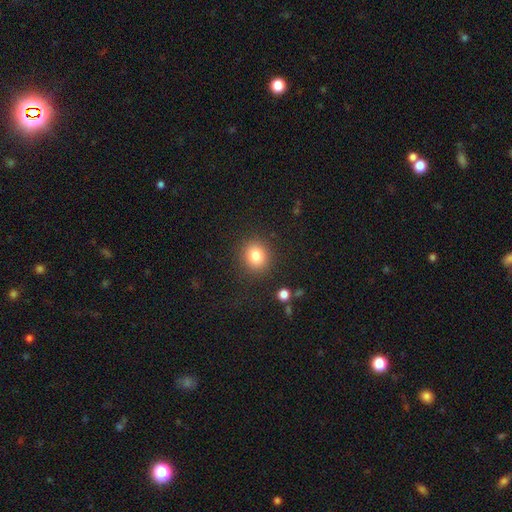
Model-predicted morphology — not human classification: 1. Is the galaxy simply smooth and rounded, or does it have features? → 81% smooth, 11% star or artifact, 8% featured or disk.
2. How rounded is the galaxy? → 82% round, 17% in between, 1% cigar-shaped.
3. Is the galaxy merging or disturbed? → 88% none, 7% minor disturbance, 3% major disturbance, 2% merger.